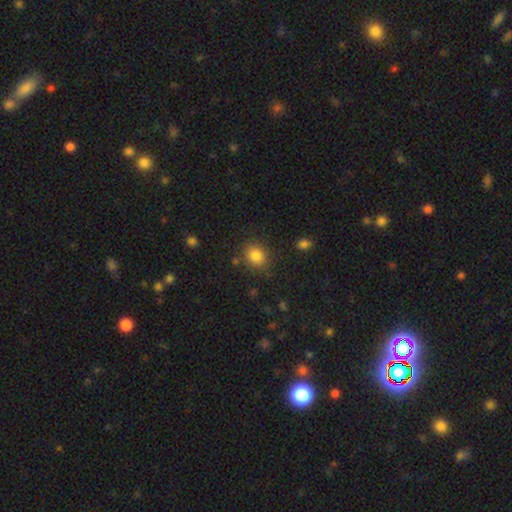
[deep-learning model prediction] smooth-or-featured: smooth: 84% | star or artifact: 11% | featured or disk: 5%
  how-rounded: round: 58% | in between: 41% | cigar-shaped: 1%
  merging: none: 83% | minor disturbance: 10% | major disturbance: 4% | merger: 3%